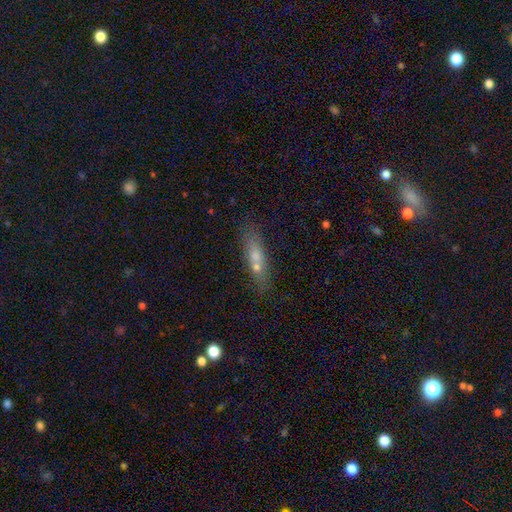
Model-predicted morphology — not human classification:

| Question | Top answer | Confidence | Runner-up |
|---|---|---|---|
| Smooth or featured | smooth | 58% | featured or disk (30%) |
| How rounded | cigar-shaped | 64% | in between (31%) |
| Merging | none | 57% | merger (24%) |